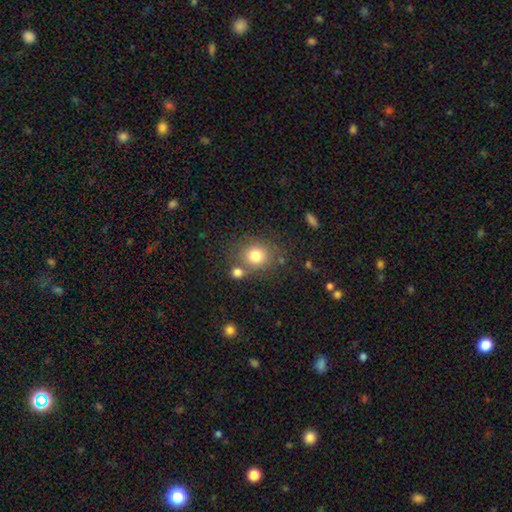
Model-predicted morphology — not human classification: Q: Smooth or featured?
A: smooth (79%); runner-up: star or artifact (11%)
Q: How rounded?
A: round (81%); runner-up: in between (19%)
Q: Merging?
A: none (69%); runner-up: merger (15%)